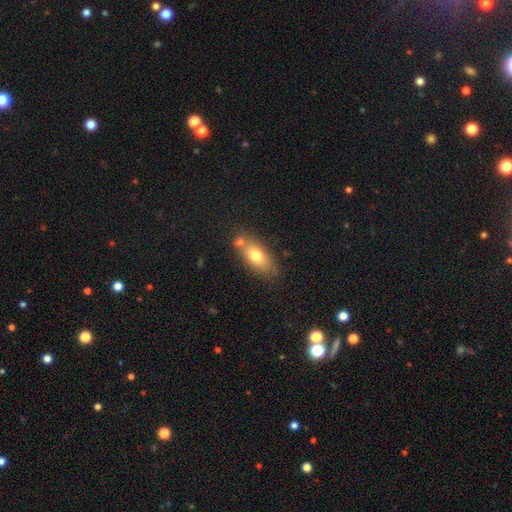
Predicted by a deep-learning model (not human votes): Morphology: type=smooth (73%); roundness=in between (81%); merging=none (61%).